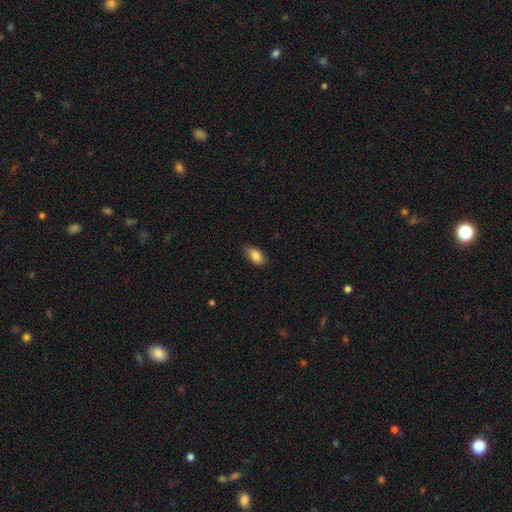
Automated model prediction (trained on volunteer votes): Smooth or featured?
  - smooth: 84% *
  - featured or disk: 8%
  - star or artifact: 7%
How rounded?
  - in between: 90% *
  - round: 5%
  - cigar-shaped: 5%
Merging?
  - none: 75% *
  - minor disturbance: 21%
  - major disturbance: 3%
  - merger: 1%